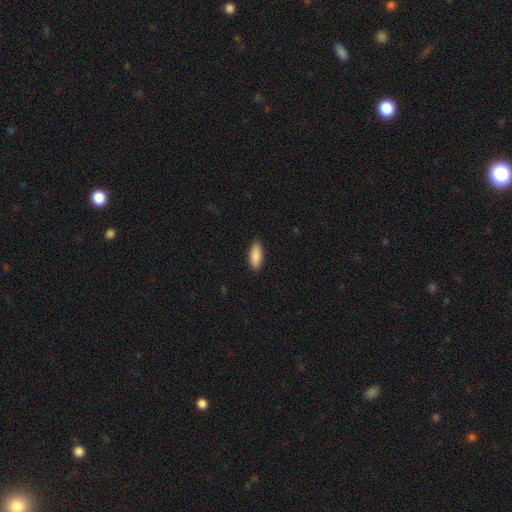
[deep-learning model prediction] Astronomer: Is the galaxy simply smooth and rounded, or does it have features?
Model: smooth — 89%.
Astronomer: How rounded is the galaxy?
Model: in between — 73%.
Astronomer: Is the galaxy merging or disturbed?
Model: none — 89%.